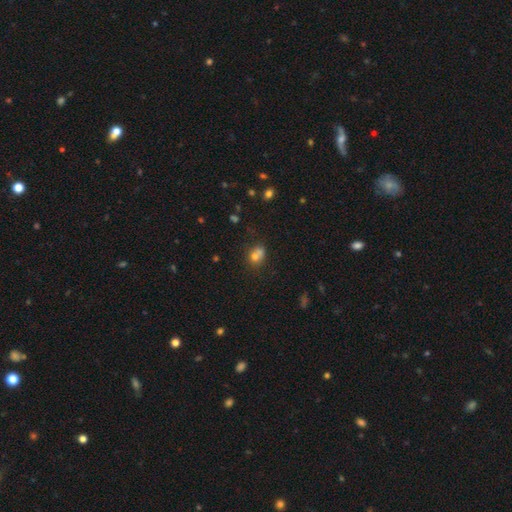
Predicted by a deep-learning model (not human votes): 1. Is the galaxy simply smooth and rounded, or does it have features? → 69% smooth, 17% featured or disk, 15% star or artifact.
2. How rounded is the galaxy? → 66% round, 33% in between, 1% cigar-shaped.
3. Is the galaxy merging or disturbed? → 46% merger, 37% none, 12% minor disturbance, 5% major disturbance.